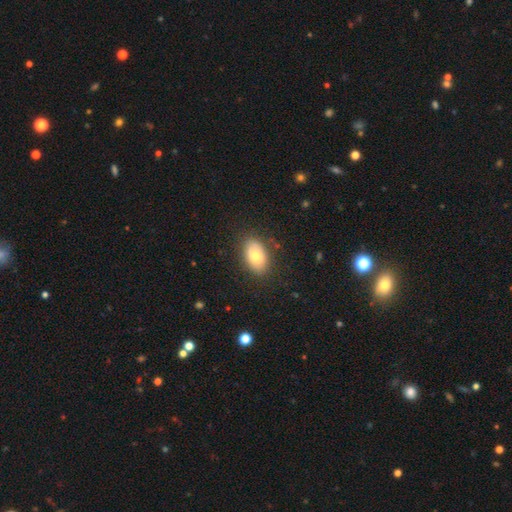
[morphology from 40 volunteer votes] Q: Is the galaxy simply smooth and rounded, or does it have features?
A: smooth — 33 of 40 (82%).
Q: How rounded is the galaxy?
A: in between — 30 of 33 (91%).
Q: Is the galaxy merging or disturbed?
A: none — 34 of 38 (89%).